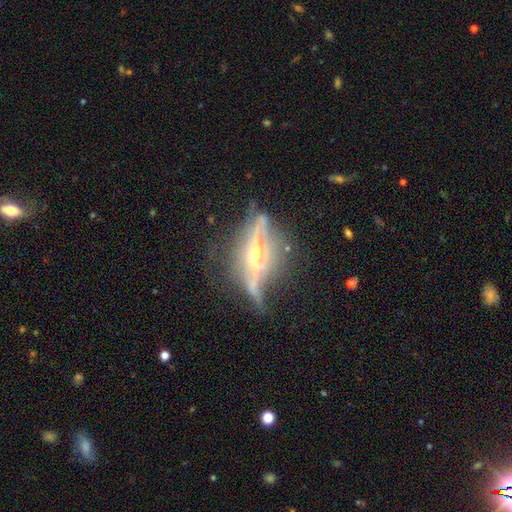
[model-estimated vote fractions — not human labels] This appears to be a featured or disk galaxy (82%) viewed edge-on (84%) with a rounded central bulge (85%). Merging: none (61%).